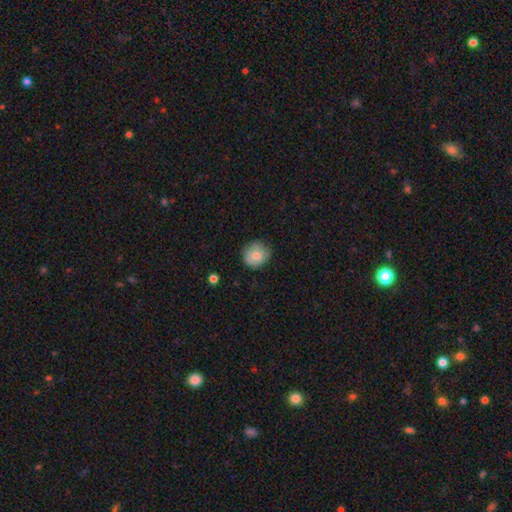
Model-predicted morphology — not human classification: This is likely a smooth galaxy (75%). How rounded: clearly round (88%). Merging: likely none (75%).